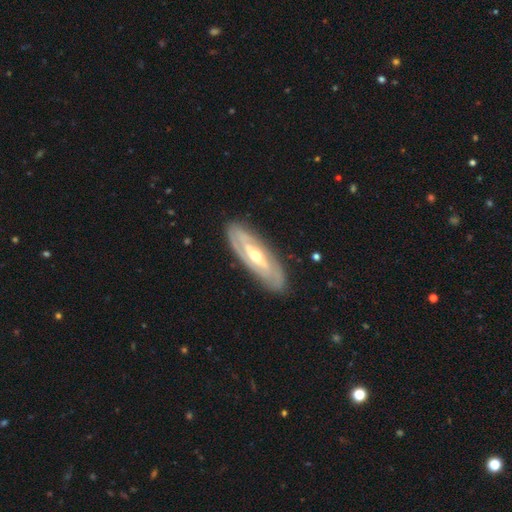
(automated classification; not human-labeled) Smooth or featured?
  - featured or disk: 79% *
  - smooth: 17%
  - star or artifact: 5%
Edge-on disk?
  - no: 79% *
  - yes: 21%
Bar?
  - no: 46% *
  - weak: 31%
  - strong: 23%
Spiral arms?
  - yes: 79% *
  - no: 21%
Bulge size?
  - moderate: 62% *
  - small: 33%
  - large: 3%
  - dominant: 1%
  - none: 1%
Merging?
  - none: 84% *
  - minor disturbance: 12%
  - major disturbance: 3%
  - merger: 1%